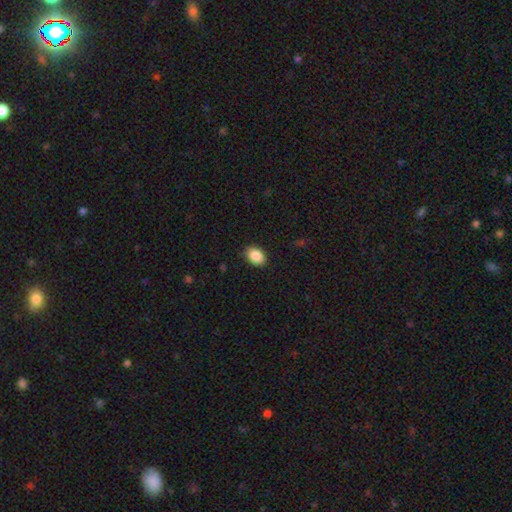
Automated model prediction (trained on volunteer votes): Smooth or featured: smooth — 88% (star or artifact — 8%)
How rounded: in between — 75% (round — 24%)
Merging: none — 87% (minor disturbance — 10%)